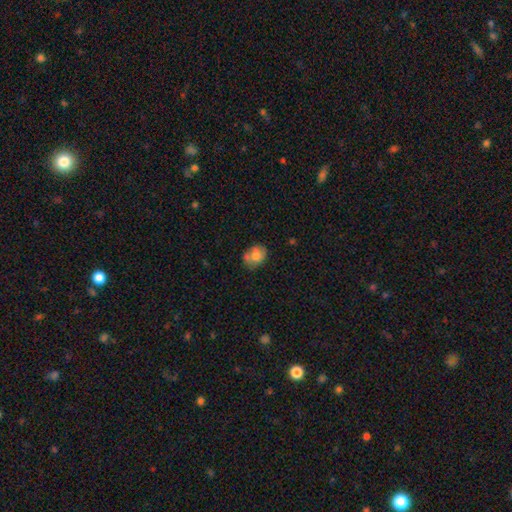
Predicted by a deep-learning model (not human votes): Morphology: type=smooth (71%); roundness=in between (53%); merging=none (58%).